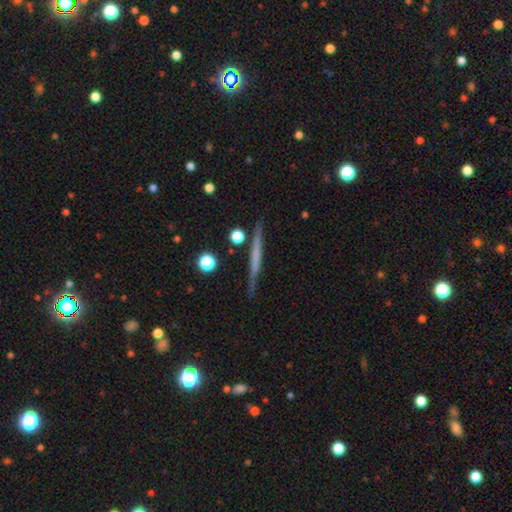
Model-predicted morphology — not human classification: This appears to be a featured or disk galaxy (55%) viewed edge-on (96%) with no central bulge (83%). Merging: none (87%).